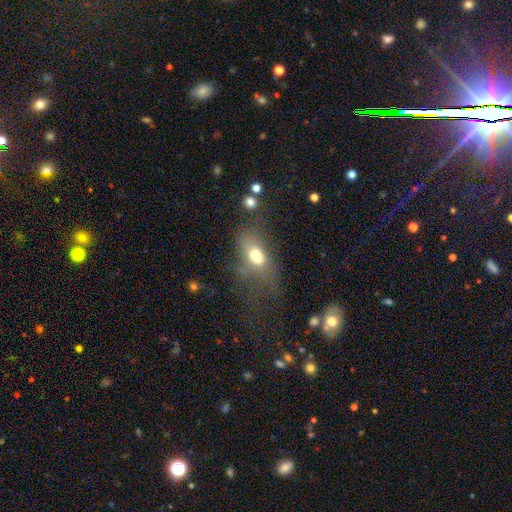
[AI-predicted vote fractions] Smooth or featured?
  - smooth: 67% *
  - featured or disk: 20%
  - star or artifact: 13%
How rounded?
  - in between: 78% *
  - round: 18%
  - cigar-shaped: 4%
Merging?
  - major disturbance: 40% *
  - none: 32%
  - minor disturbance: 22%
  - merger: 6%